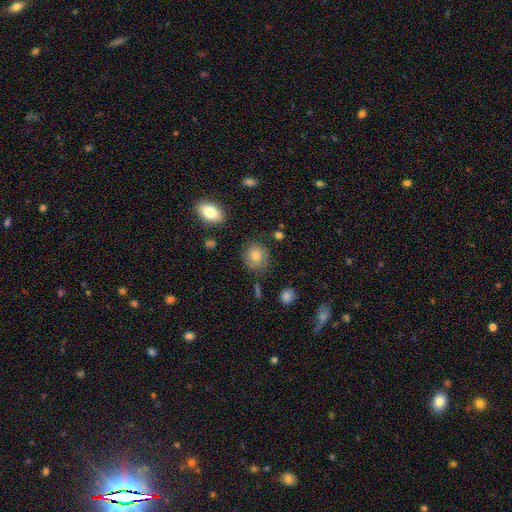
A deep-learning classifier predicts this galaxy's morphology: Smooth or featured? Predicted: smooth (p=0.68). How rounded? Predicted: round (p=0.81). Merging? Predicted: none (p=0.78).